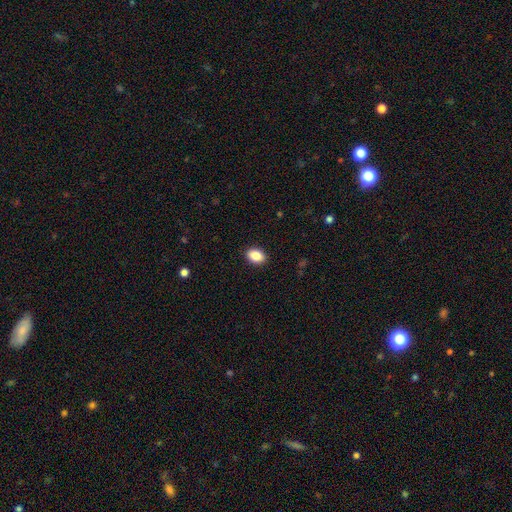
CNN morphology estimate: This is clearly a smooth galaxy (88%). How rounded: likely in between (78%). Merging: clearly none (90%).